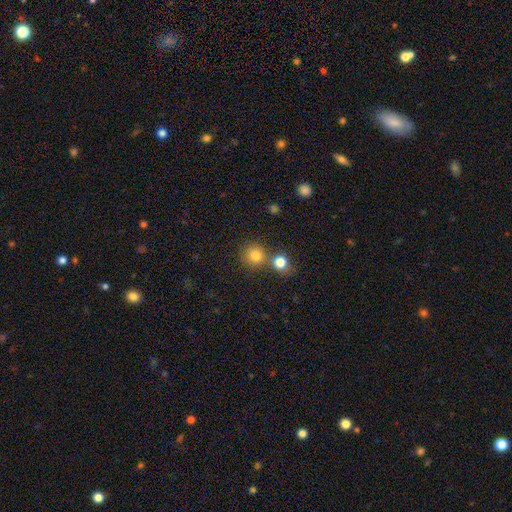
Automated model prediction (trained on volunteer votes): Smooth or featured? Predicted: smooth (p=0.82). How rounded? Predicted: round (p=0.91). Merging? Predicted: none (p=0.64).